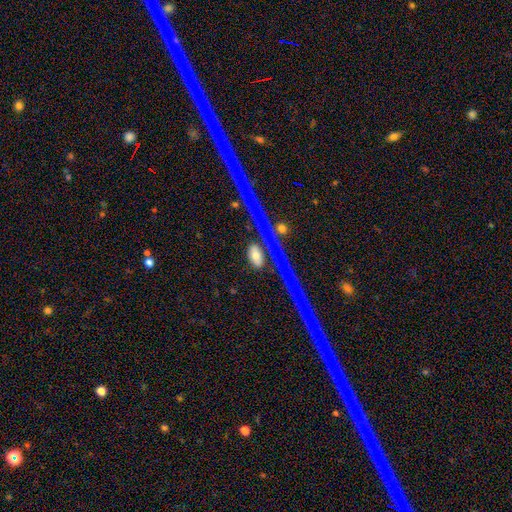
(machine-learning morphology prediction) type=smooth (64%); roundness=in between (81%); merging=none (78%).